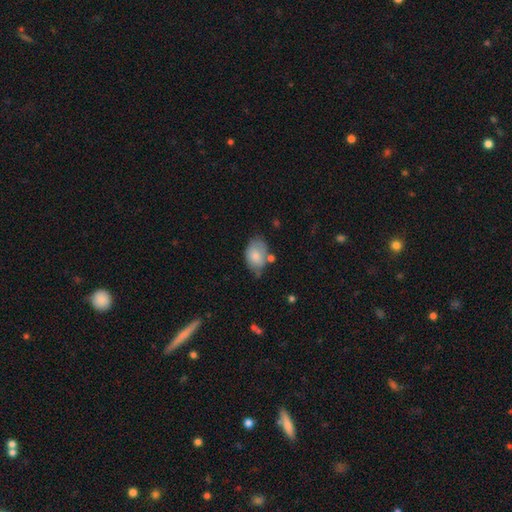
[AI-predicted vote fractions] Smooth or featured? smooth (77%)
How rounded? in between (86%)
Merging? none (50%)